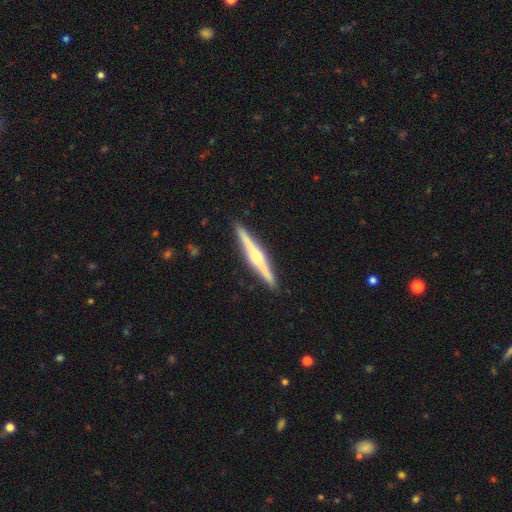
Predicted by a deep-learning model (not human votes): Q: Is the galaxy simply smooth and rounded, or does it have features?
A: featured or disk — 71%.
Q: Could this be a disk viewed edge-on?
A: yes — 98%.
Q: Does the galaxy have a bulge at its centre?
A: rounded — 81%.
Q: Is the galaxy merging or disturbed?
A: none — 91%.